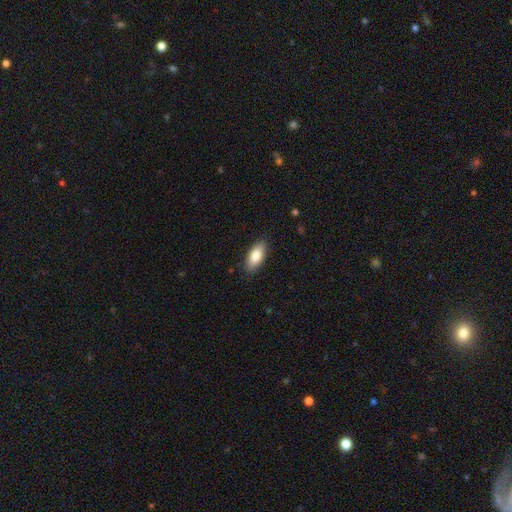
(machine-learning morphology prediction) Smooth or featured? Predicted: smooth (p=0.82). How rounded? Predicted: in between (p=0.85). Merging? Predicted: none (p=0.86).